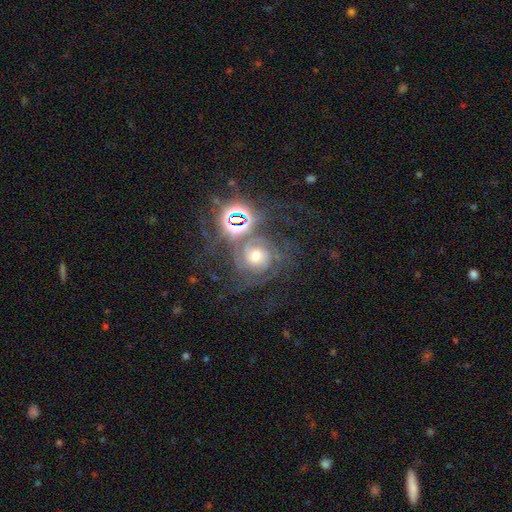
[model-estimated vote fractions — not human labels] This appears to be a featured or disk galaxy (69%) with no bar (68%), 3 (27%) tight (61%) spiral arms (94%) and a moderate central bulge (62%). Merging: none (54%).